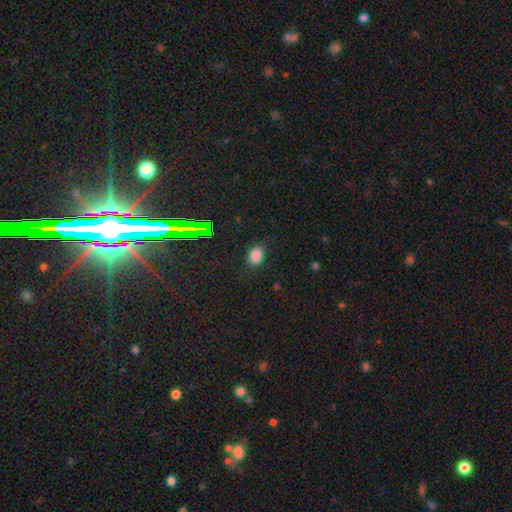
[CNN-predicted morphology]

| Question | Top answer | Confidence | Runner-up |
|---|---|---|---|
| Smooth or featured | smooth | 80% | star or artifact (15%) |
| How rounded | in between | 70% | round (29%) |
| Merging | none | 84% | minor disturbance (11%) |